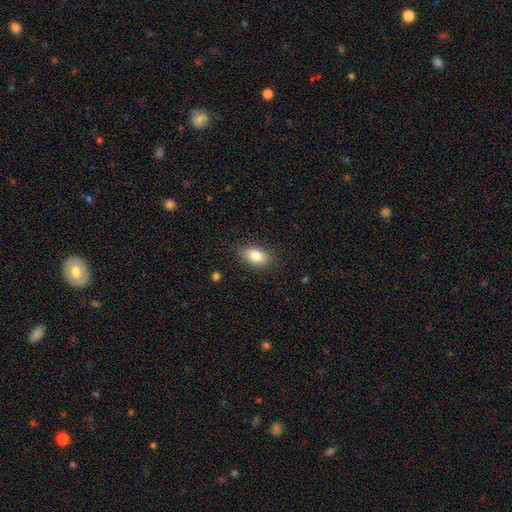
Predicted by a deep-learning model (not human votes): Smooth or featured? Predicted: smooth (p=0.83). How rounded? Predicted: in between (p=0.88). Merging? Predicted: none (p=0.85).